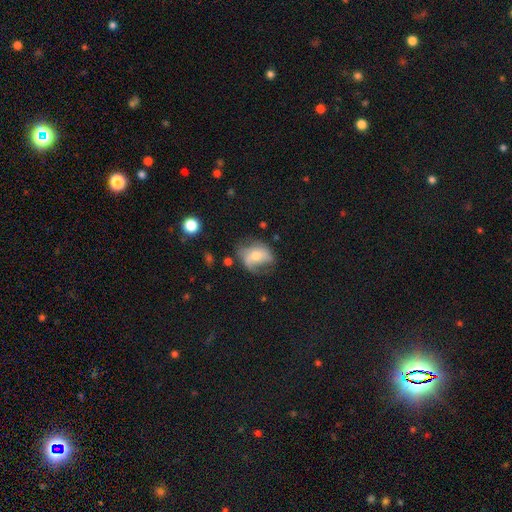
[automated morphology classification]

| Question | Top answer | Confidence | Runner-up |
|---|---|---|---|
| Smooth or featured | featured or disk | 53% | smooth (39%) |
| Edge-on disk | no | 95% | yes (5%) |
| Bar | no | 64% | weak (26%) |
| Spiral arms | yes | 69% | no (31%) |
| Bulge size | moderate | 59% | small (32%) |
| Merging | none | 41% | minor disturbance (30%) |